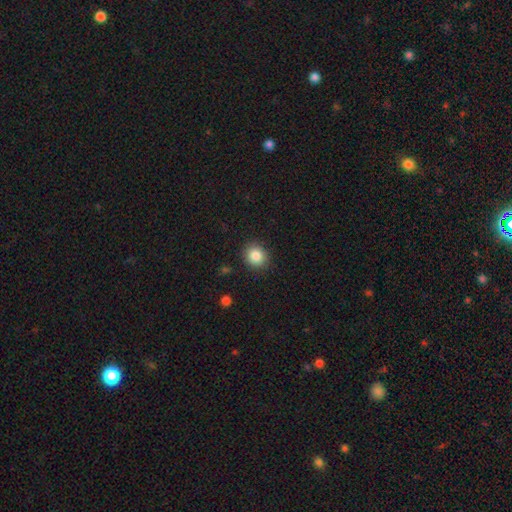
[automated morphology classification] Smooth or featured: smooth — 86% (star or artifact — 9%)
How rounded: round — 82% (in between — 17%)
Merging: none — 89% (minor disturbance — 7%)